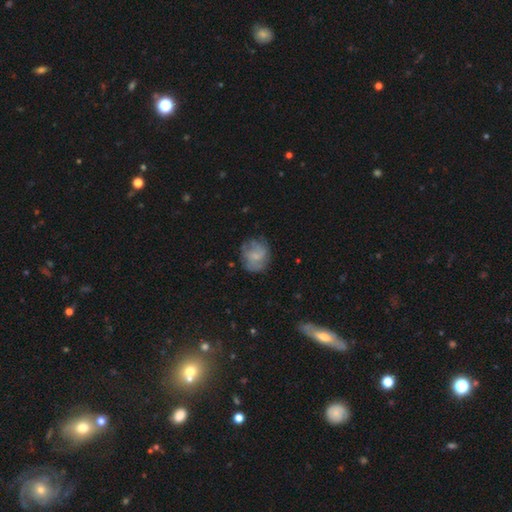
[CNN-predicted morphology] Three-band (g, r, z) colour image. It shows a smooth galaxy with no disk features (48%). Merging: none (69%).